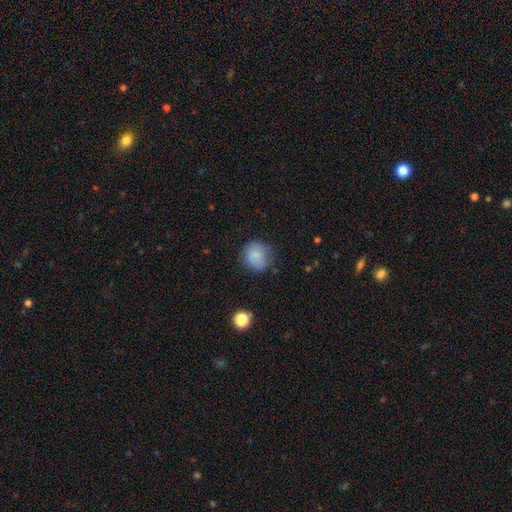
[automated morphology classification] Overall: smooth (82%). How rounded: round (86%). Merging: none (76%).